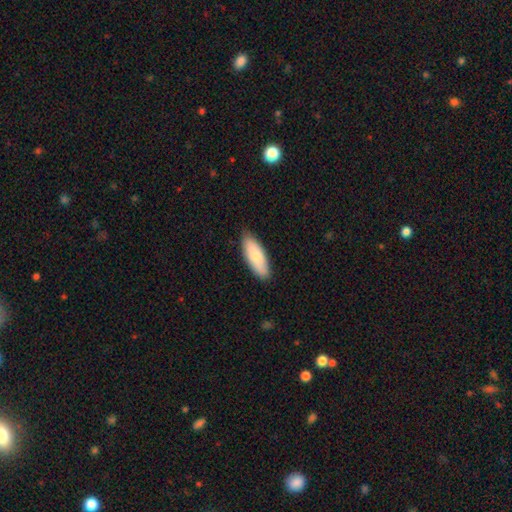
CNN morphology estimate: Q: Smooth or featured?
A: smooth (81%); runner-up: featured or disk (14%)
Q: How rounded?
A: in between (70%); runner-up: cigar-shaped (28%)
Q: Merging?
A: none (84%); runner-up: minor disturbance (13%)